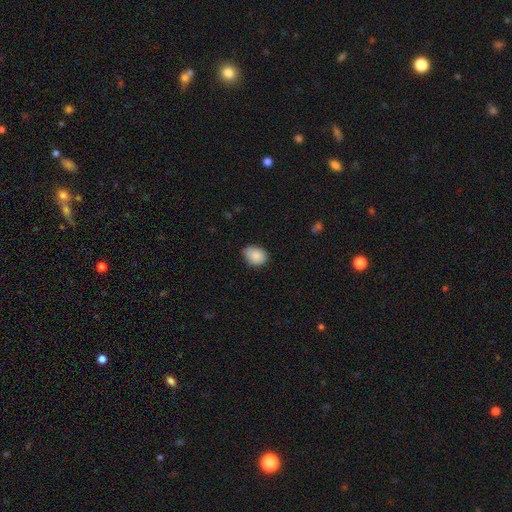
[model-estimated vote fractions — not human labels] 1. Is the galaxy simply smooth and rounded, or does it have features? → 87% smooth, 7% star or artifact, 5% featured or disk.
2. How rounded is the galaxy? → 57% in between, 42% round, 1% cigar-shaped.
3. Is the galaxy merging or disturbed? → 70% none, 26% minor disturbance, 3% major disturbance, 1% merger.